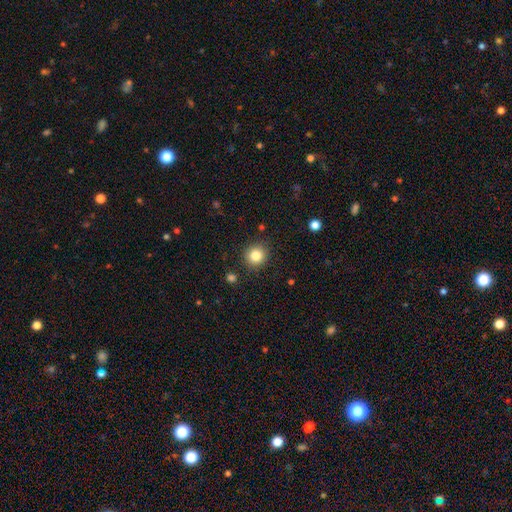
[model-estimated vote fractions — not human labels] A smooth galaxy with no disk features (83%) that is round (90%). Merging: none (89%).